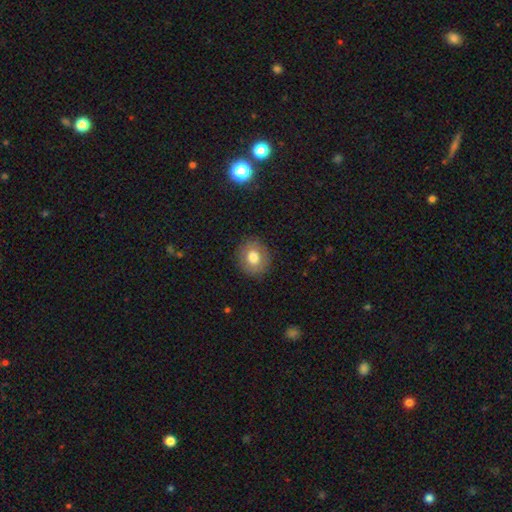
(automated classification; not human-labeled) Smooth or featured? Predicted: smooth (p=0.66). How rounded? Predicted: round (p=0.80). Merging? Predicted: none (p=0.89).